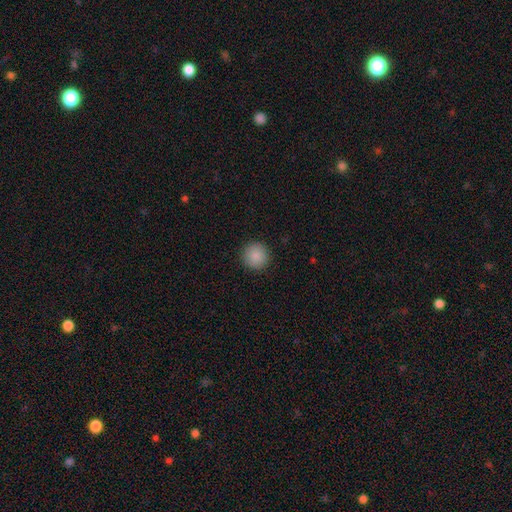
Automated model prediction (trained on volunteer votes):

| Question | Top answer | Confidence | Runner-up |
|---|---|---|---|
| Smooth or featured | smooth | 88% | star or artifact (9%) |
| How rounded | round | 95% | in between (4%) |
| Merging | none | 92% | minor disturbance (5%) |